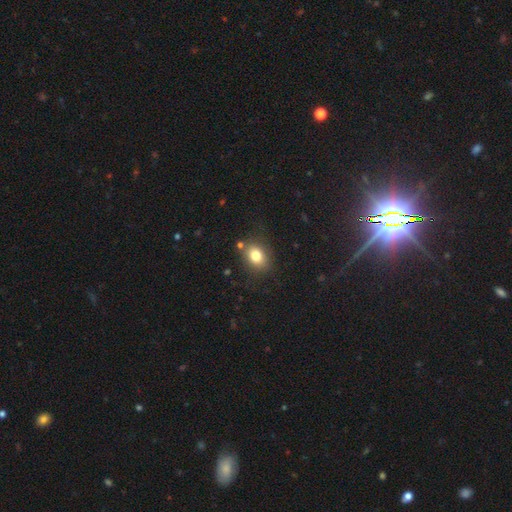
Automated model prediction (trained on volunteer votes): Smooth or featured: smooth — 80% (star or artifact — 10%)
How rounded: in between — 62% (round — 36%)
Merging: none — 79% (minor disturbance — 13%)